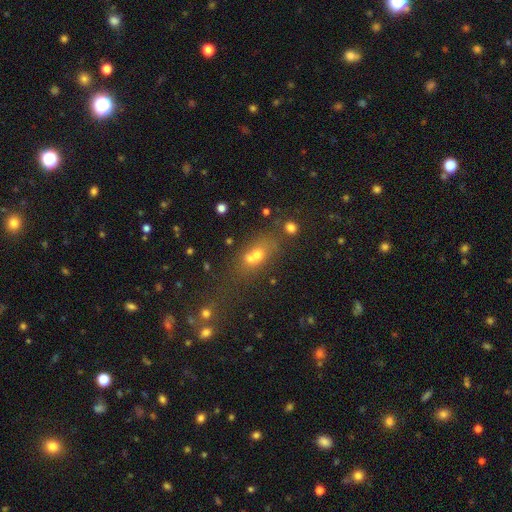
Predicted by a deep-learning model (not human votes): smooth-or-featured: smooth: 51% | star or artifact: 33% | featured or disk: 16%
  how-rounded: in between: 52% | round: 30% | cigar-shaped: 18%
  merging: none: 45% | merger: 33% | minor disturbance: 12% | major disturbance: 9%